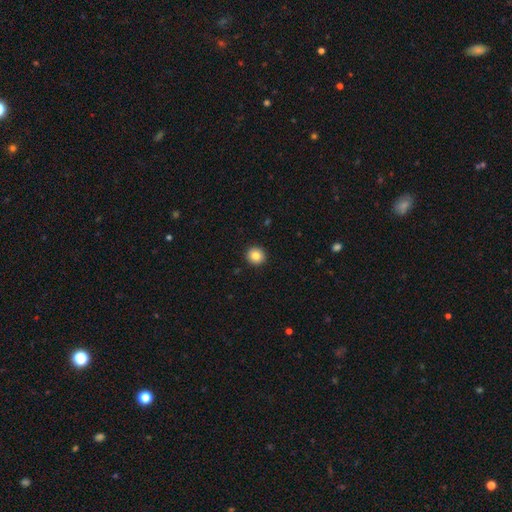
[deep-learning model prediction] Smooth or featured? Predicted: smooth (p=0.84). How rounded? Predicted: round (p=0.94). Merging? Predicted: none (p=0.93).